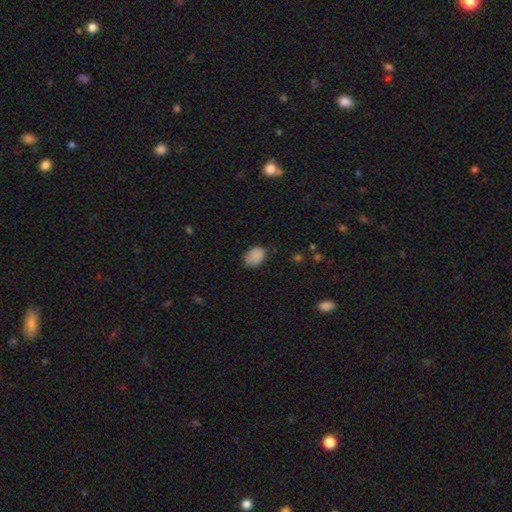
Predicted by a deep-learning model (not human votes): This appears to be a smooth galaxy with no disk features (87%) that is in between round and cigar-shaped (75%). Merging: none (68%).